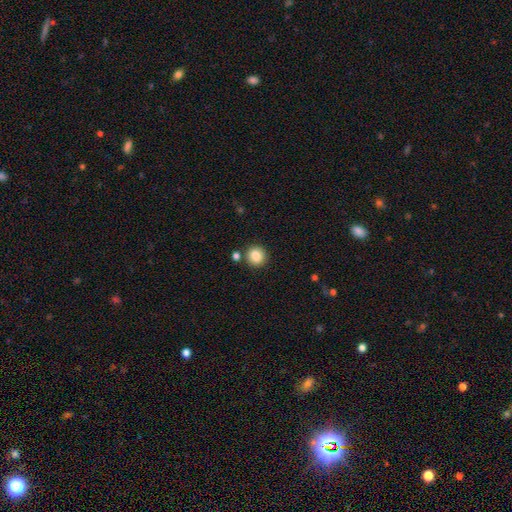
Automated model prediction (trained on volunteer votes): smooth 86%, star or artifact 9%, featured or disk 5%. Down the decision tree: how rounded — round (90%); merging — none (84%).